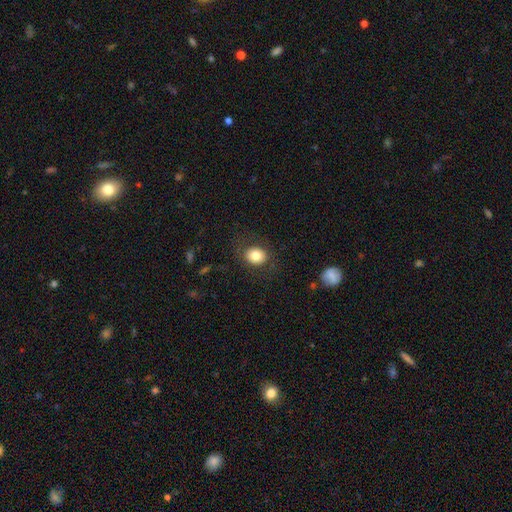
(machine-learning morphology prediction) This is clearly a smooth galaxy (81%). How rounded: possibly round (58%). Merging: clearly none (83%).